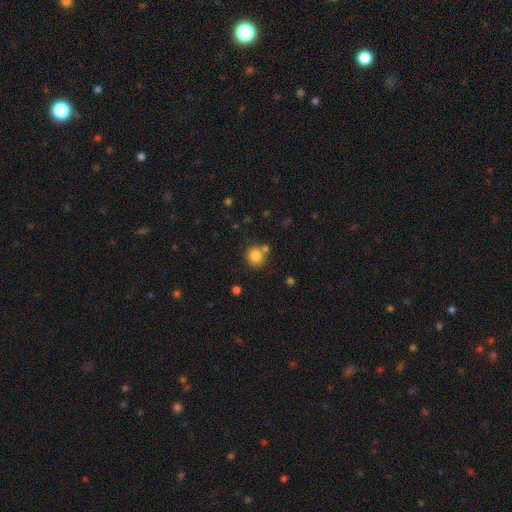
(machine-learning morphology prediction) This is clearly a smooth galaxy (82%). How rounded: clearly round (90%). Merging: likely none (70%).